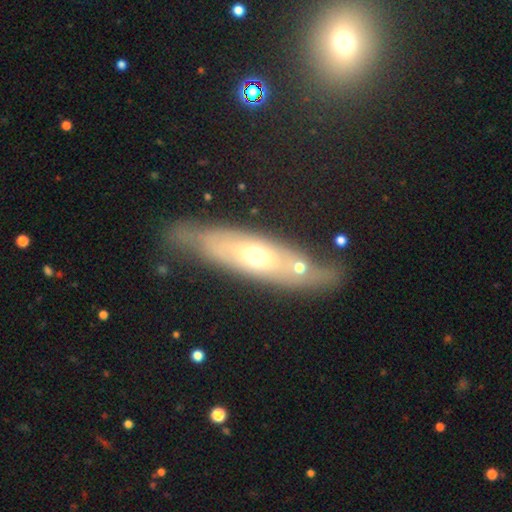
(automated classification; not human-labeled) This appears to be a featured or disk galaxy (56%). Merging: none (64%).